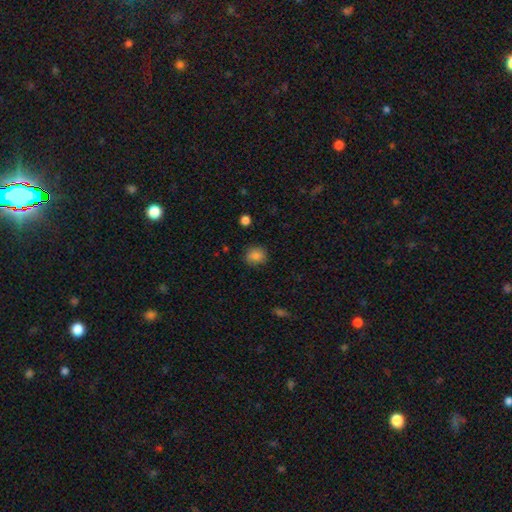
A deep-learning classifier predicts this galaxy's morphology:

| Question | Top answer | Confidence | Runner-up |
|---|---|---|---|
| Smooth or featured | smooth | 85% | star or artifact (10%) |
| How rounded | round | 79% | in between (20%) |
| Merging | none | 84% | minor disturbance (12%) |